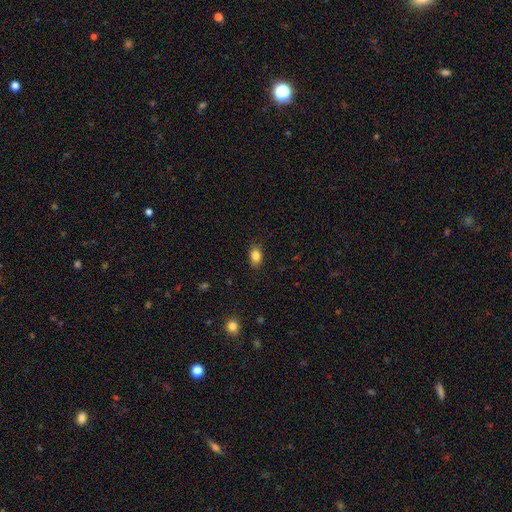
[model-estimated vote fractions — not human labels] The model was most divided on "how rounded": in between: 81%, round: 17%, cigar-shaped: 2%. More confident: smooth or featured — smooth (84%); merging — none (82%).